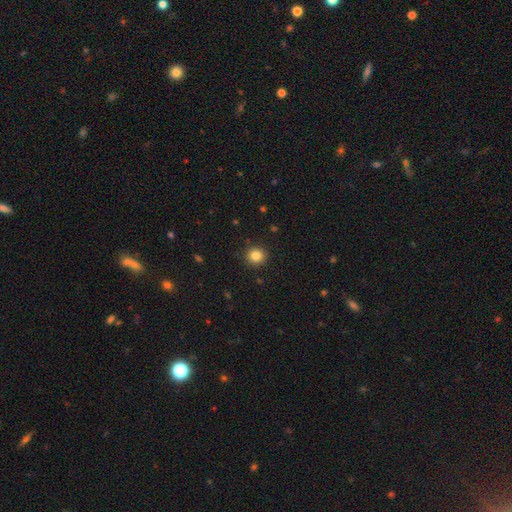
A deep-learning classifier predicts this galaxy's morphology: This is clearly a smooth galaxy (84%). How rounded: clearly round (92%). Merging: clearly none (91%).